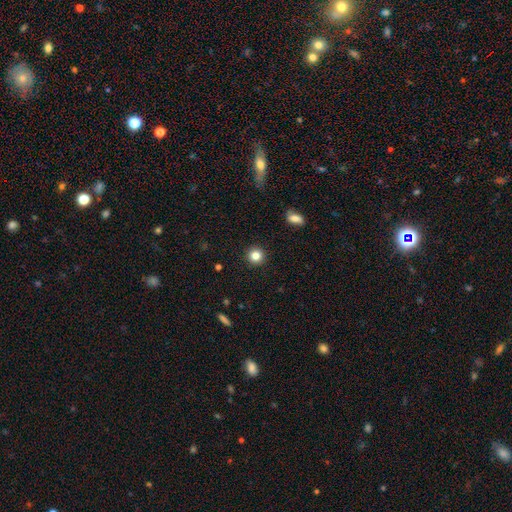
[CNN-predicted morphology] This appears to be a smooth galaxy with no disk features (83%) that is round (94%). Merging: none (93%).